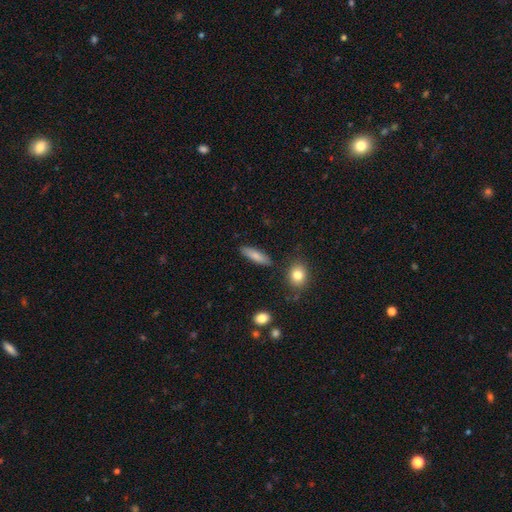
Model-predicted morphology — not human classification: Q: Smooth or featured?
A: smooth (80%); runner-up: featured or disk (13%)
Q: How rounded?
A: cigar-shaped (57%); runner-up: in between (40%)
Q: Merging?
A: none (85%); runner-up: minor disturbance (10%)